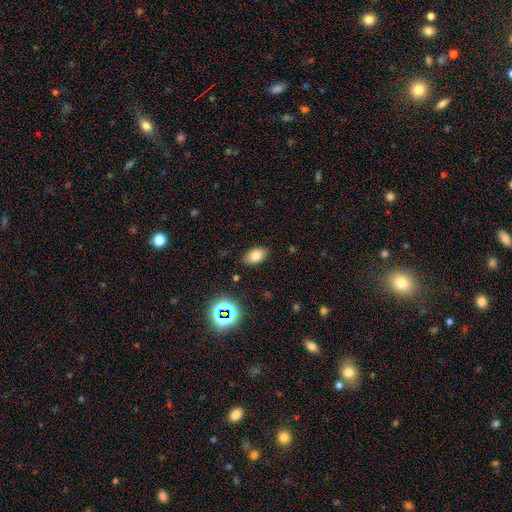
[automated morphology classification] smooth-or-featured: smooth: 77% | star or artifact: 13% | featured or disk: 10%
  how-rounded: in between: 89% | round: 9% | cigar-shaped: 2%
  merging: none: 86% | minor disturbance: 10% | major disturbance: 3% | merger: 1%